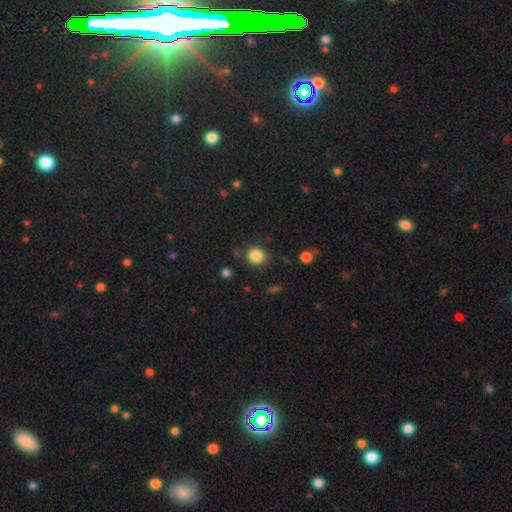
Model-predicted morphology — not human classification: A smooth galaxy with no disk features (85%) that is round (80%).

Vote fractions:
- Smooth or featured? smooth: 85% / star or artifact: 10% / featured or disk: 4%
- How rounded? round: 80% / in between: 19% / cigar-shaped: 1%
- Merging? none: 82% / minor disturbance: 11% / major disturbance: 3% / merger: 3%